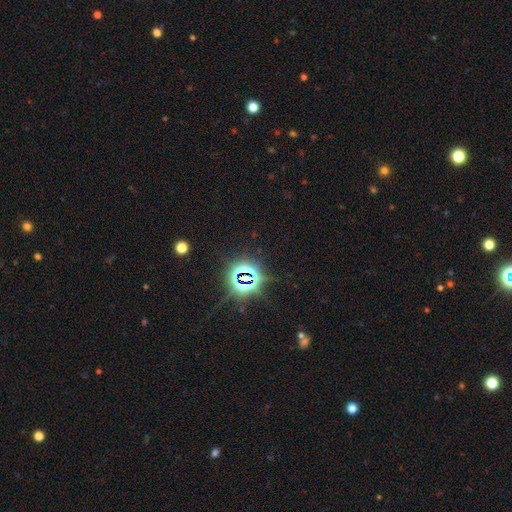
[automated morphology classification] A star or artifact, not a galaxy (82%).

Vote fractions:
- Smooth or featured? star or artifact: 82% / smooth: 10% / featured or disk: 7%